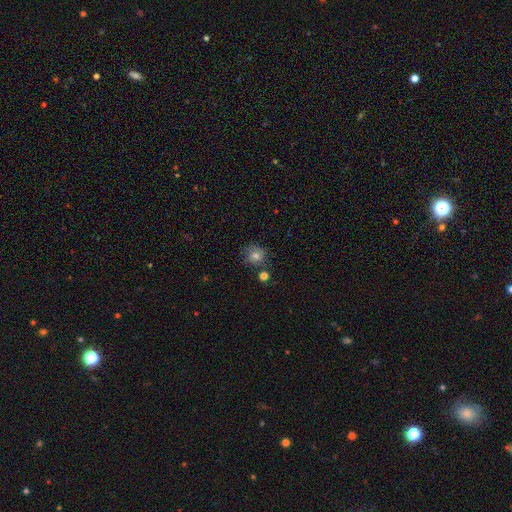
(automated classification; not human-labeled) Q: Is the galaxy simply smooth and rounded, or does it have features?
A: smooth — 63%.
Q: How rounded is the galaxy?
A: round — 82%.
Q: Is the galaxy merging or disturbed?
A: none — 70%.